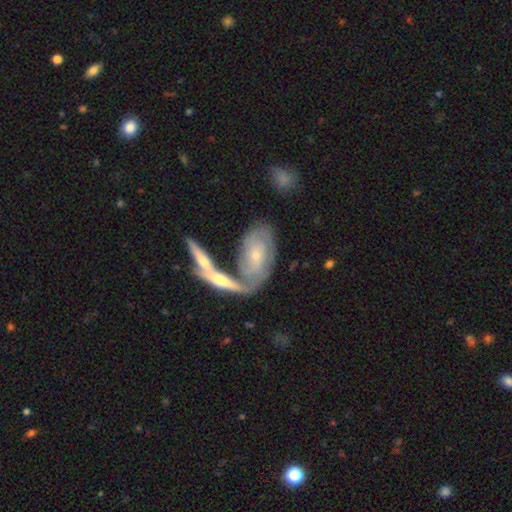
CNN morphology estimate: The model was most divided on "spiral arm count": 2: 42%, can't tell: 35%, 3: 12%, 1: 5%, 4: 4%, more than 4: 3%. Remaining: edge-on disk — no (87%); spiral arms — yes (85%); smooth or featured — featured or disk (69%); bar — no (69%); bulge size — small (64%); spiral winding — tight (57%); merging — none (42%).